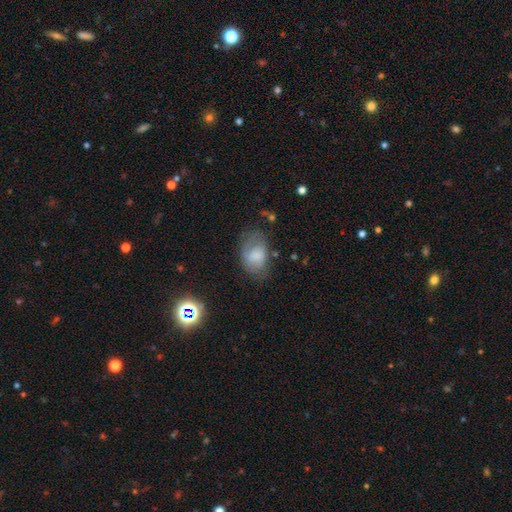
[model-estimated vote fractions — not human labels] Overall: smooth (67%). How rounded: in between (84%). Merging: none (52%; minor disturbance 29%).